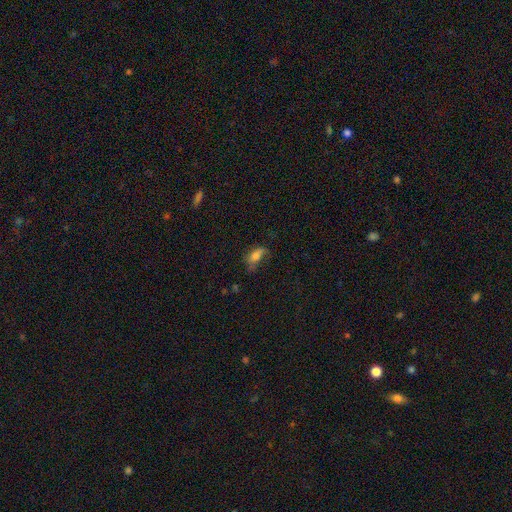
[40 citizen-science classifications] Smooth or featured? 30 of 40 (75%) said smooth. How rounded? 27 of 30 (90%) said in between. Merging? 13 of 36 (36%, tied with minor disturbance) said none.